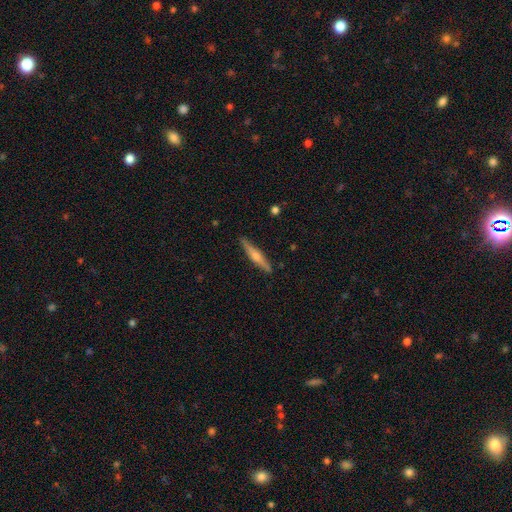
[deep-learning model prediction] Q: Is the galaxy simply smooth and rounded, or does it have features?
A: featured or disk — 63%.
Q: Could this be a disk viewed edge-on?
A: yes — 97%.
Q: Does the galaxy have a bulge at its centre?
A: rounded — 86%.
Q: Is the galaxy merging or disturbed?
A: none — 90%.